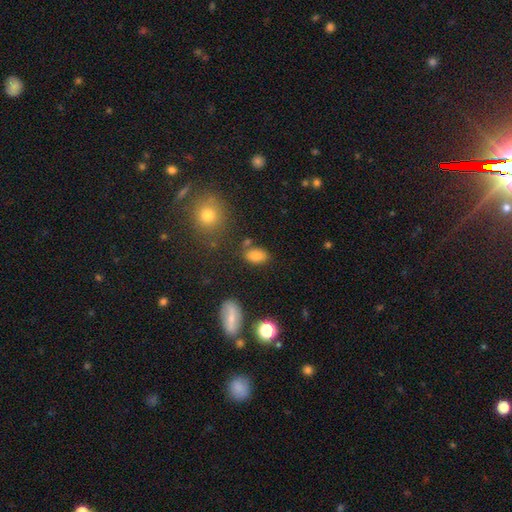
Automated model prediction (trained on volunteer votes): A smooth galaxy with no disk features (81%) that is in between round and cigar-shaped (87%). Merging: none (76%).